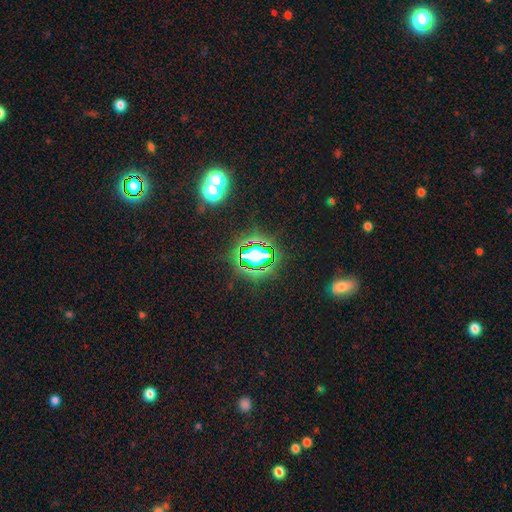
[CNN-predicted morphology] smooth_or_featured: star or artifact (p=0.65) [alt: smooth p=0.24]